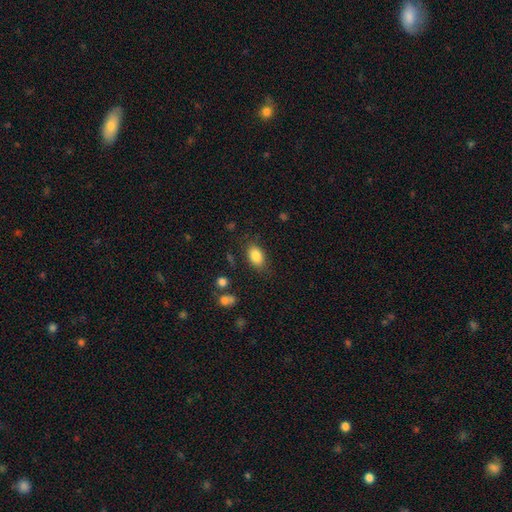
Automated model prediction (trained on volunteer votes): Smooth or featured: smooth — 85% (star or artifact — 8%)
How rounded: in between — 87% (round — 11%)
Merging: none — 79% (minor disturbance — 15%)